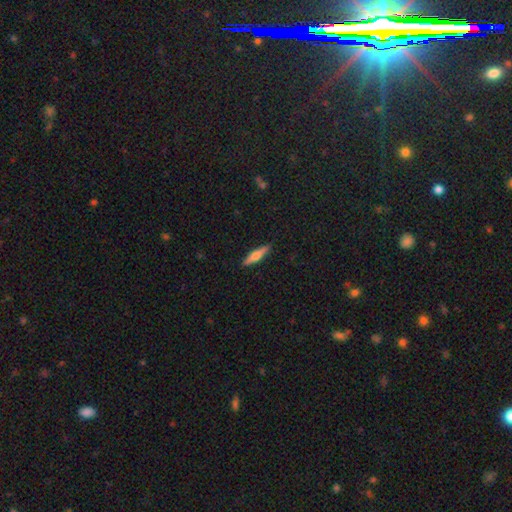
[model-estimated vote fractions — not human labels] The model was most divided on "smooth or featured": smooth: 52%, featured or disk: 42%, star or artifact: 6%. More confident: merging — none (90%); how rounded — cigar-shaped (80%).